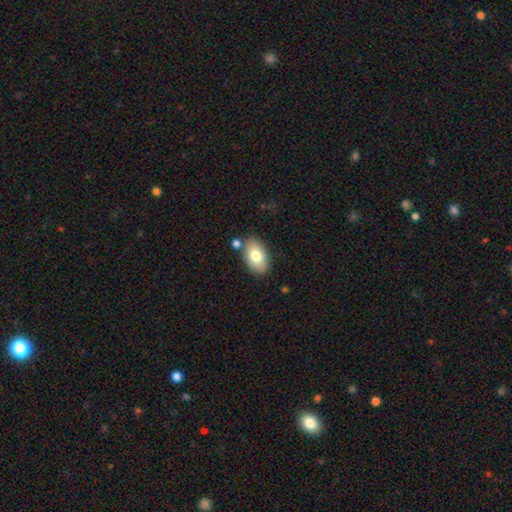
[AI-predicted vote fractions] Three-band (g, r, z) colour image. It shows a smooth galaxy with no disk features (78%) that is in between round and cigar-shaped (93%). Merging: none (79%).